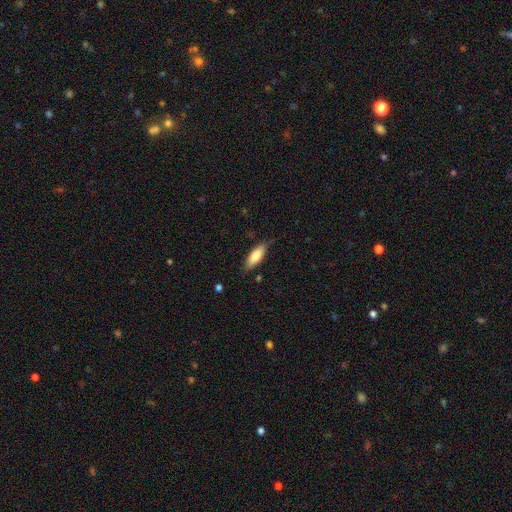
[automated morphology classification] Smooth or featured? smooth (78%)
How rounded? in between (60%)
Merging? none (80%)